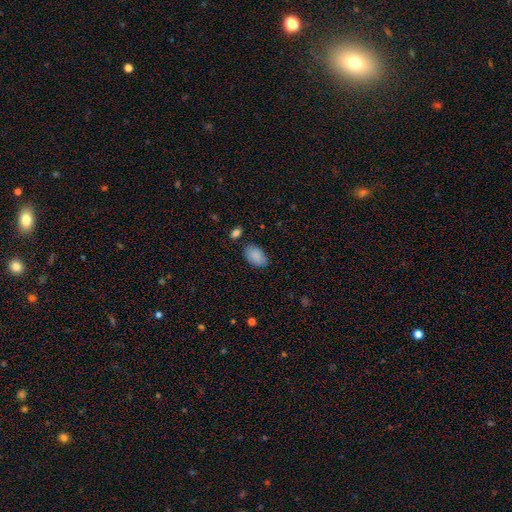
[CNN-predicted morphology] type=smooth (89%); roundness=in between (93%); merging=none (80%).